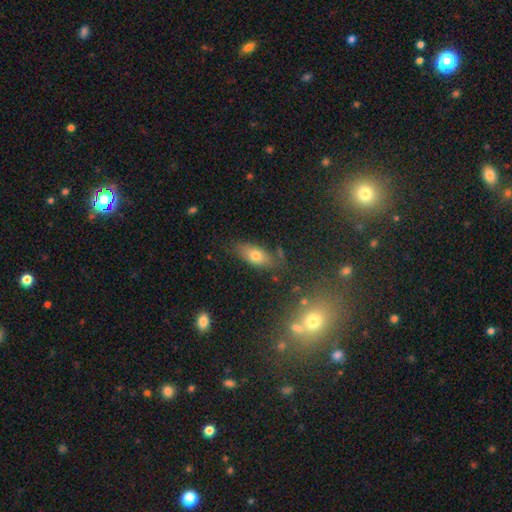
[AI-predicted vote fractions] Overall: smooth (72%). How rounded: in between (83%). Merging: none (75%).